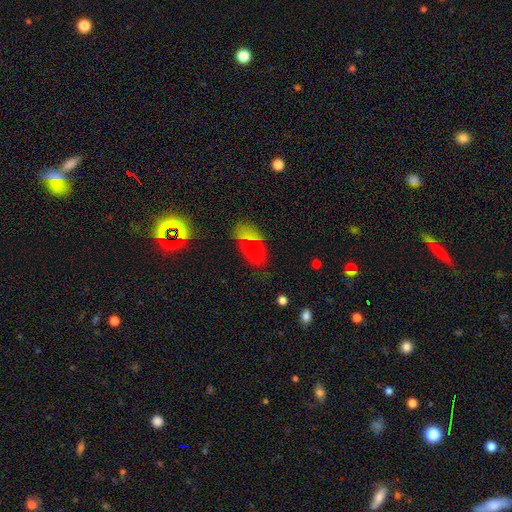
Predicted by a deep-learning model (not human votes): A smooth galaxy with no disk features (66%) that is in between round and cigar-shaped (88%). Merging: none (69%).